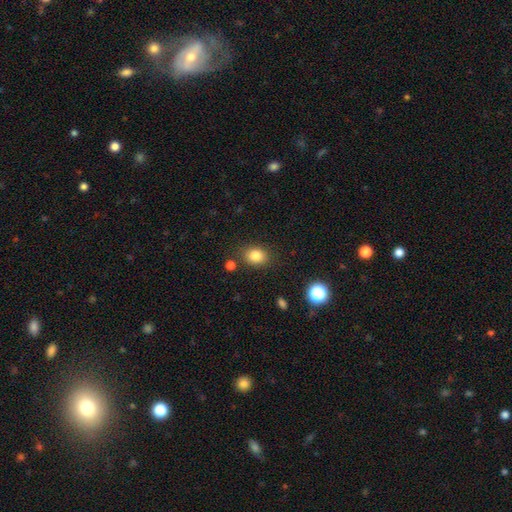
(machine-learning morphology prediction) Smooth or featured?
  - smooth: 83% *
  - star or artifact: 11%
  - featured or disk: 6%
How rounded?
  - in between: 55% *
  - round: 44%
  - cigar-shaped: 1%
Merging?
  - none: 81% *
  - minor disturbance: 11%
  - merger: 4%
  - major disturbance: 4%